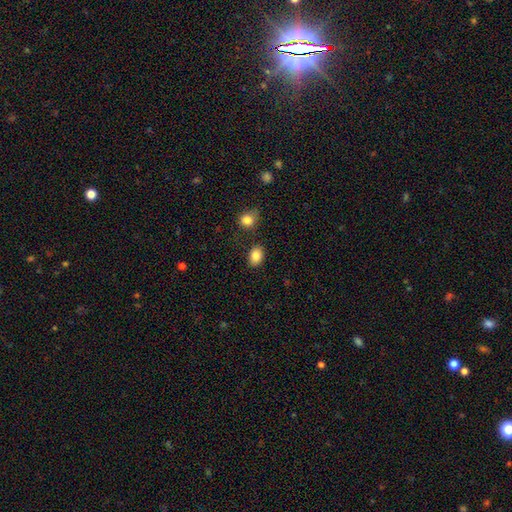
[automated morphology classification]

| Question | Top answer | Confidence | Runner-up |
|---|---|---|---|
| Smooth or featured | smooth | 86% | star or artifact (9%) |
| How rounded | in between | 72% | round (27%) |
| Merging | none | 81% | minor disturbance (11%) |